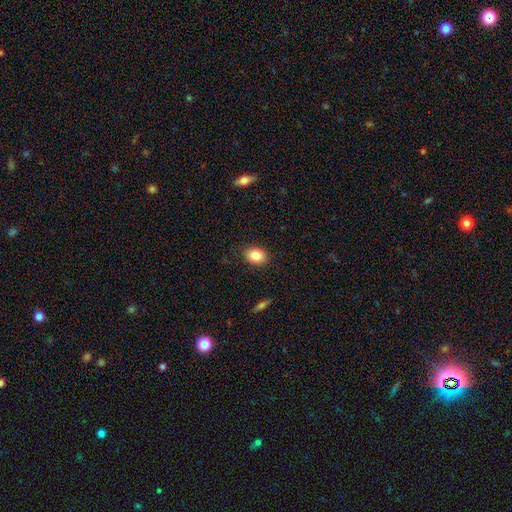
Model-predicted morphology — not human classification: The model was most divided on "how rounded": in between: 78%, round: 20%, cigar-shaped: 1%. More confident: merging — none (88%); smooth or featured — smooth (84%).